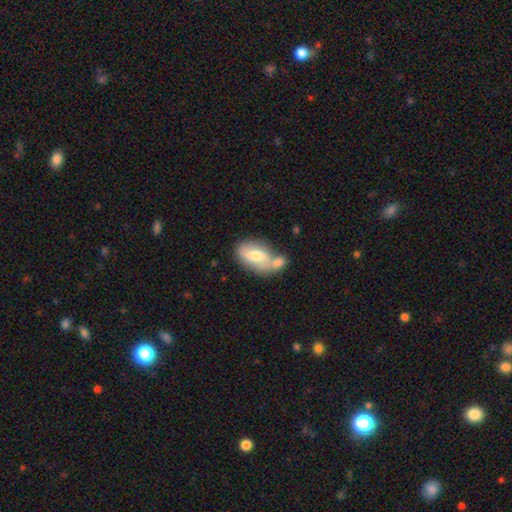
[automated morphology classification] Smooth or featured? Predicted: smooth (p=0.56). How rounded? Predicted: in between (p=0.89). Merging? Predicted: merger (p=0.46).